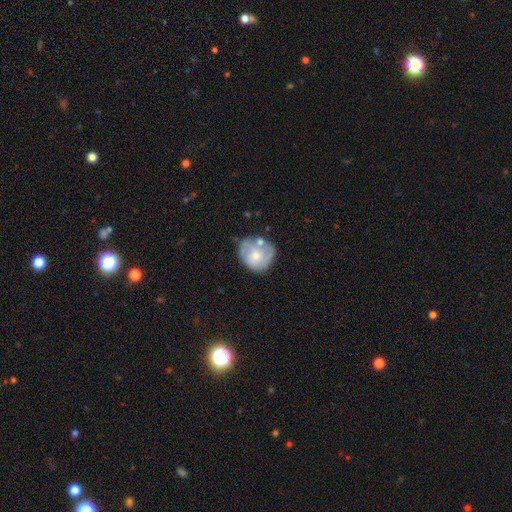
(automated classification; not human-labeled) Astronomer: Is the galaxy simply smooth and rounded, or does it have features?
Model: smooth — 47% (runner-up: featured or disk, 46%).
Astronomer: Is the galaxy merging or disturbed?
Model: none — 51%.